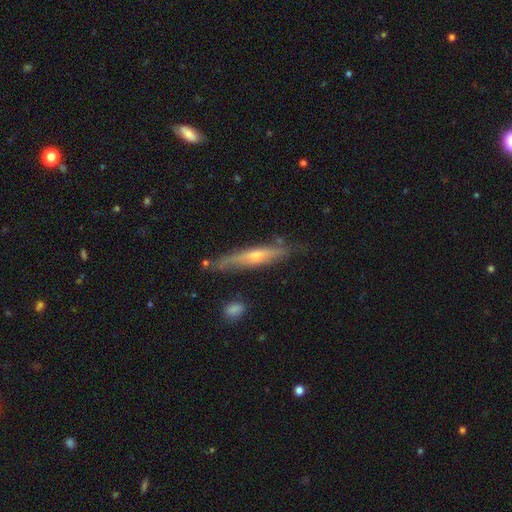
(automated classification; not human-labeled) A featured or disk galaxy (60%) viewed edge-on (86%) with a rounded central bulge (73%). Merging: none (72%).